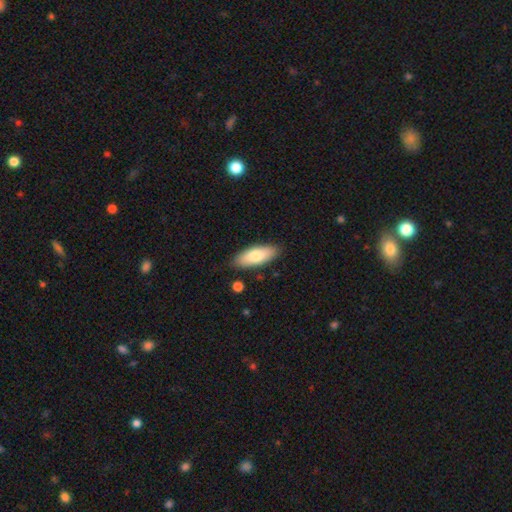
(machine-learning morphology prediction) Q: Smooth or featured?
A: smooth (77%); runner-up: featured or disk (17%)
Q: How rounded?
A: in between (74%); runner-up: cigar-shaped (24%)
Q: Merging?
A: none (85%); runner-up: minor disturbance (11%)